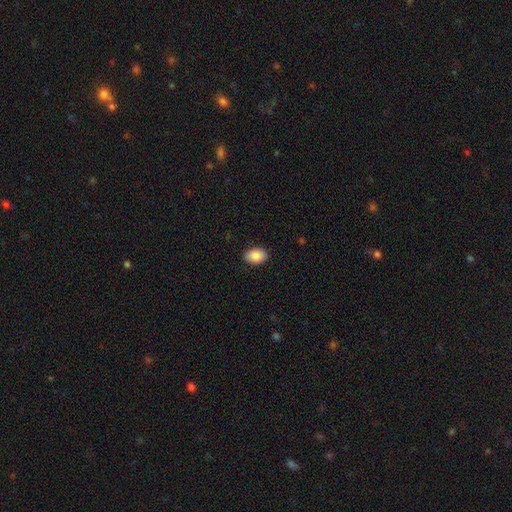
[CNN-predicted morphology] Smooth or featured?
  - smooth: 90% *
  - star or artifact: 7%
  - featured or disk: 3%
How rounded?
  - in between: 82% *
  - round: 17%
  - cigar-shaped: 1%
Merging?
  - none: 89% *
  - minor disturbance: 8%
  - major disturbance: 2%
  - merger: 1%